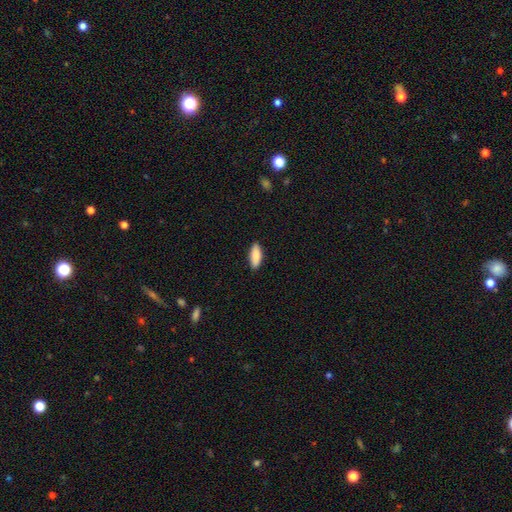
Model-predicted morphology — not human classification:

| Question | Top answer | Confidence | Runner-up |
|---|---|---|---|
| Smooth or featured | smooth | 88% | featured or disk (6%) |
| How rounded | in between | 72% | cigar-shaped (27%) |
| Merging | none | 89% | minor disturbance (8%) |